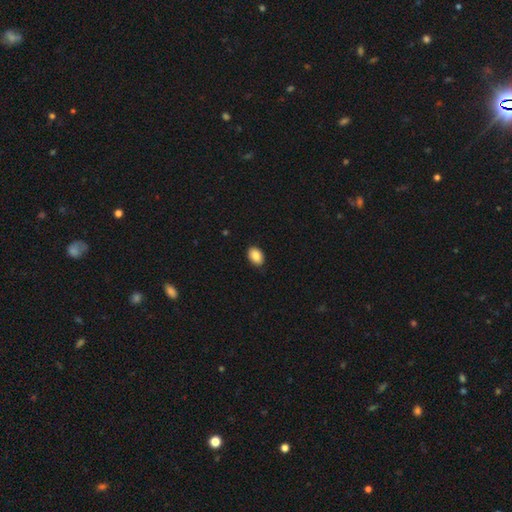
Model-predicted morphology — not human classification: This is clearly a smooth galaxy (87%). How rounded: clearly in between (84%). Merging: clearly none (85%).